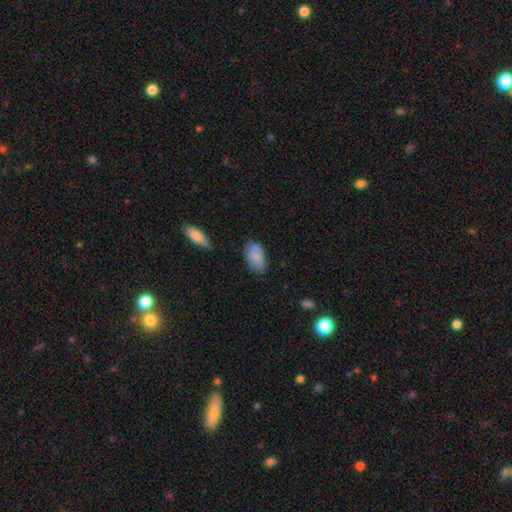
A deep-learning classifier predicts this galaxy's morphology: A smooth galaxy with no disk features (86%) that is in between round and cigar-shaped (93%). Merging: none (73%).